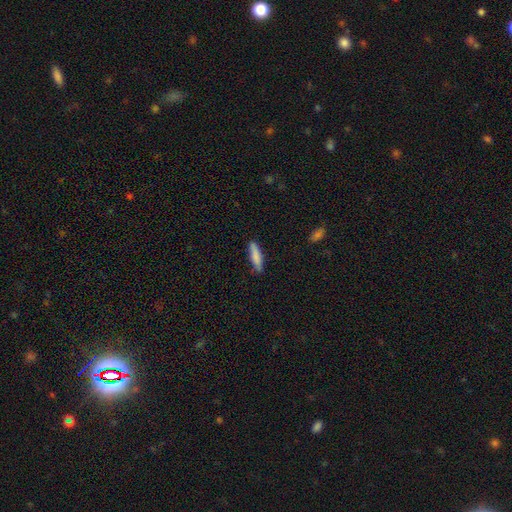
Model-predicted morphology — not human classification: smooth 83%, featured or disk 11%, star or artifact 6%. Down the decision tree: how rounded — cigar-shaped (78%); merging — none (82%).